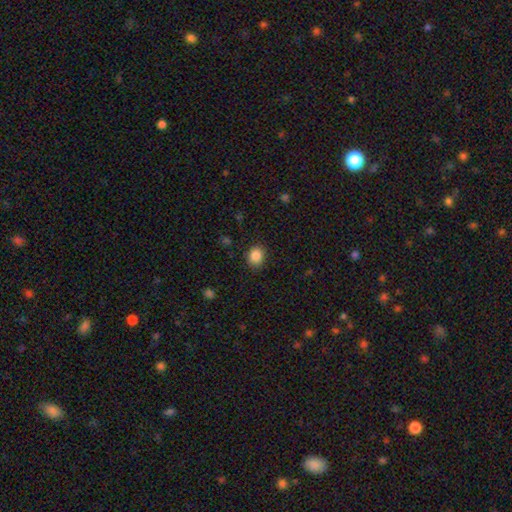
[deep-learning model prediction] This appears to be a smooth galaxy with no disk features (86%) that is round (64%). Merging: none (88%).